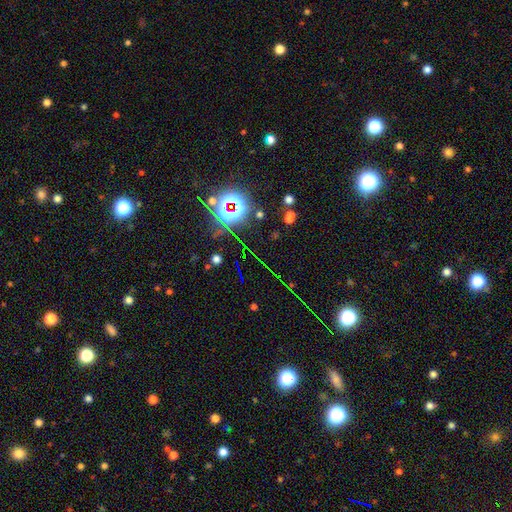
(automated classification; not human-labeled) Smooth or featured?
  - star or artifact: 77% *
  - smooth: 12%
  - featured or disk: 12%